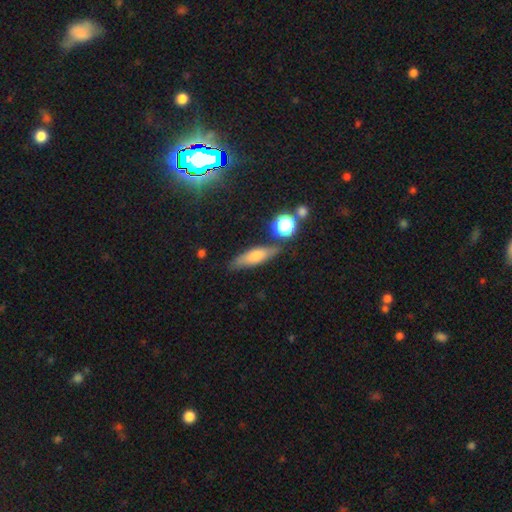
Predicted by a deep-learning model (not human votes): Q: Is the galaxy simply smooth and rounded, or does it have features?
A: smooth — 63%.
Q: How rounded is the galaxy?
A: cigar-shaped — 50%.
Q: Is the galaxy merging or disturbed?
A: none — 73%.